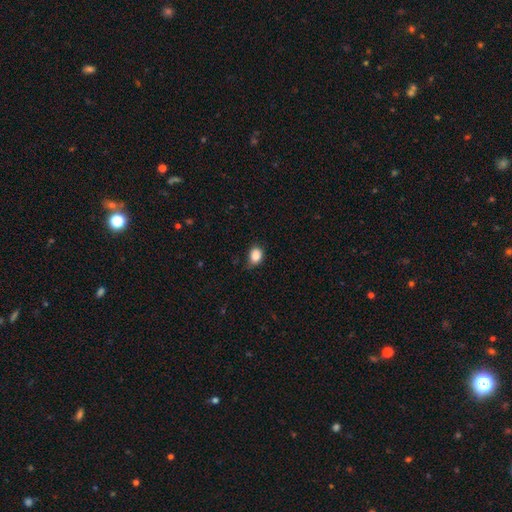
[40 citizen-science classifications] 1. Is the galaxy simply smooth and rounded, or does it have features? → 88% smooth, 10% star or artifact, 2% featured or disk.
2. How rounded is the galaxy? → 57% in between, 40% round, 3% cigar-shaped.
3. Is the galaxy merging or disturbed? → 78% none, 19% minor disturbance, 3% merger, 0% major disturbance.